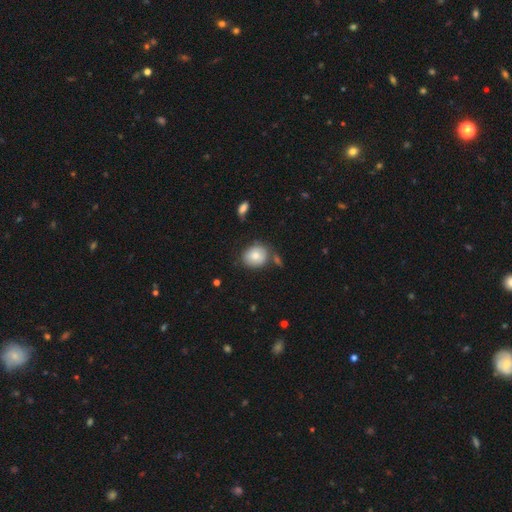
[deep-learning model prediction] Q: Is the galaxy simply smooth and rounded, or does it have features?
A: smooth — 78%.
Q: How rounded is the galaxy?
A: round — 69%.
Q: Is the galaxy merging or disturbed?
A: none — 70%.